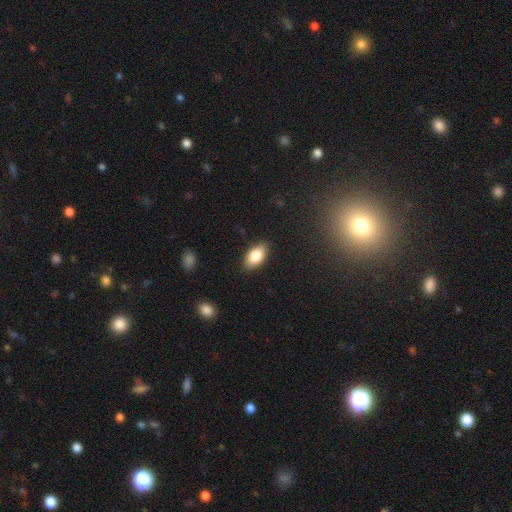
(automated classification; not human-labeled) Morphology: type=smooth (82%); roundness=in between (93%); merging=none (87%).